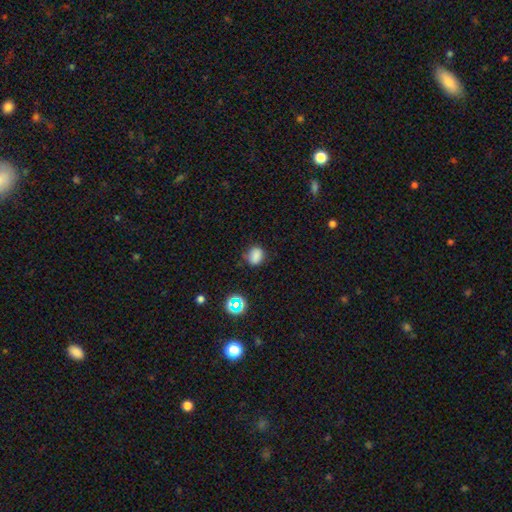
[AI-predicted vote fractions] smooth_or_featured: smooth (p=0.79) [alt: star or artifact p=0.15]
how_rounded: in between (p=0.53) [alt: round p=0.46]
merging: none (p=0.72) [alt: minor disturbance p=0.20]